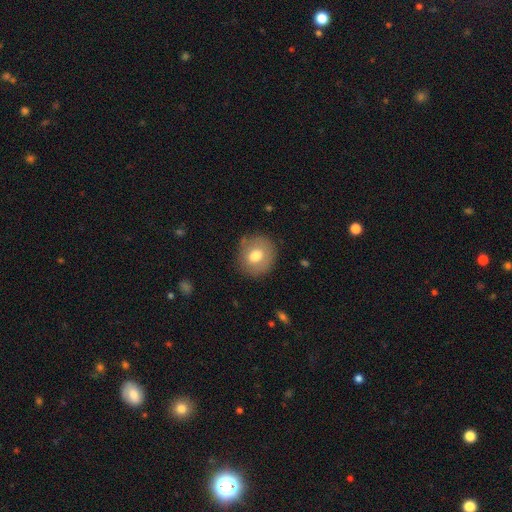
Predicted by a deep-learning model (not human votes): smooth_or_featured: smooth (p=0.71) [alt: featured or disk p=0.20]
how_rounded: round (p=0.81) [alt: in between p=0.18]
merging: none (p=0.82) [alt: minor disturbance p=0.13]